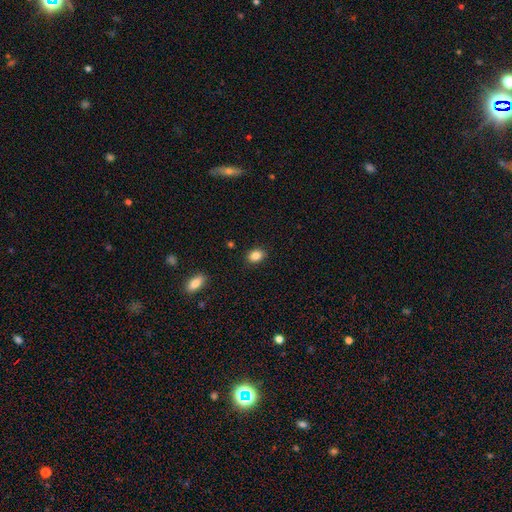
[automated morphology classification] This appears to be a smooth galaxy with no disk features (86%) that is in between round and cigar-shaped (72%). Merging: none (87%).